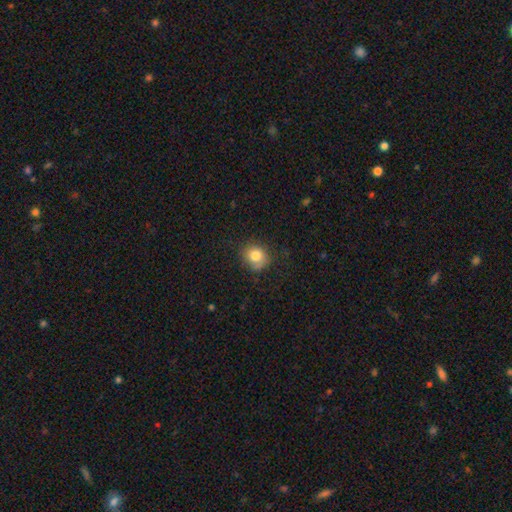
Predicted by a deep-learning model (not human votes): Overall: smooth (80%). How rounded: round (77%). Merging: none (67%).